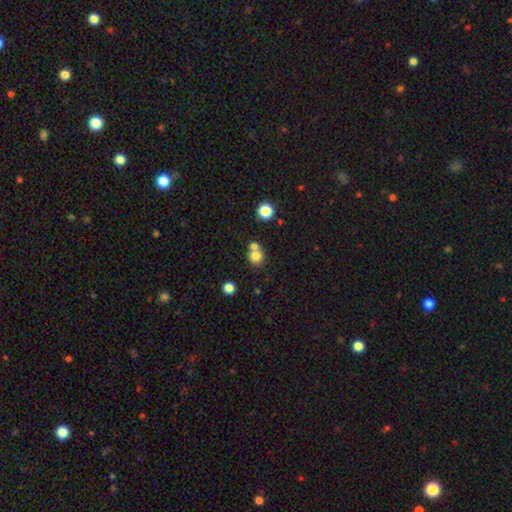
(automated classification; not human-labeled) Morphology: type=smooth (78%); roundness=round (84%); merging=none (49%).